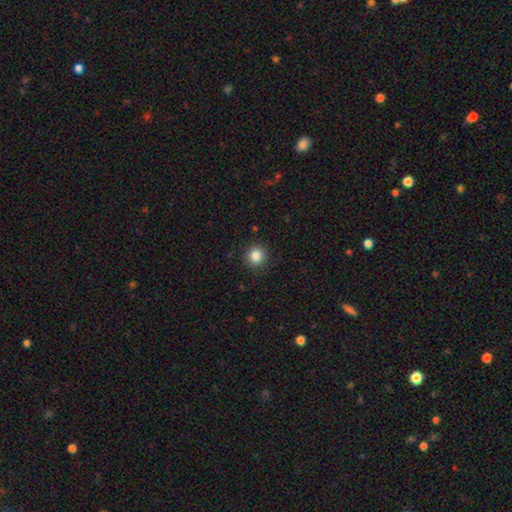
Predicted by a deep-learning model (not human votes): This is clearly a smooth galaxy (85%). How rounded: clearly round (92%). Merging: clearly none (90%).